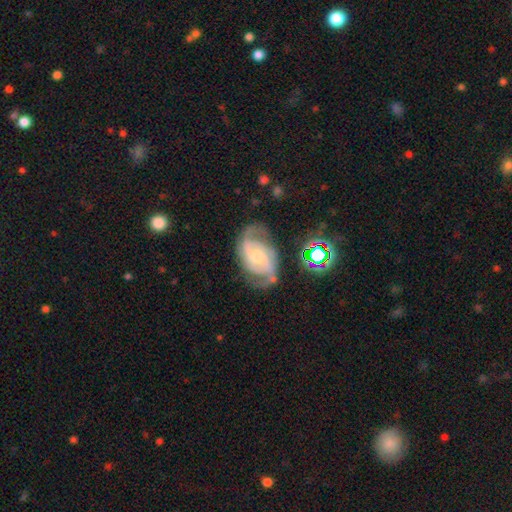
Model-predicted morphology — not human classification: type=featured or disk (87%); edge-on=no (97%); bar=weak (44%); spiral arms=yes (97%); winding=medium (50%); arm count=2 (66%); bulge=small (50%); merging=none (68%).